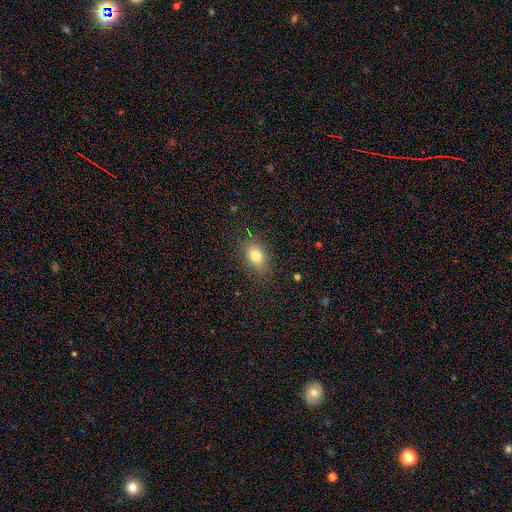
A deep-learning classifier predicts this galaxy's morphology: smooth 79%, featured or disk 11%, star or artifact 10%. Down the decision tree: how rounded — in between (81%); merging — none (83%).